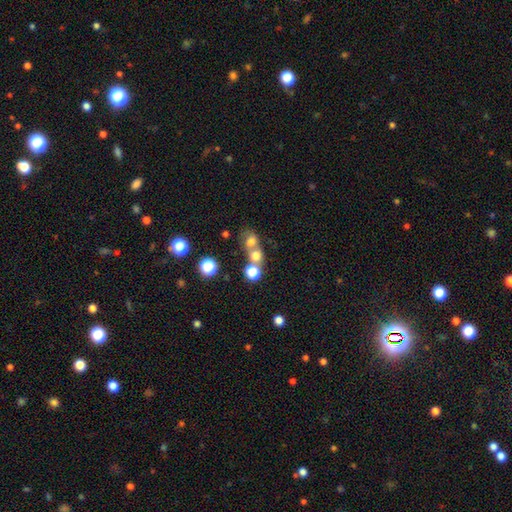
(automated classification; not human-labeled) A smooth galaxy with no disk features (67%) that is round (76%).

Vote fractions:
- Smooth or featured? smooth: 67% / star or artifact: 18% / featured or disk: 15%
- How rounded? round: 76% / in between: 23% / cigar-shaped: 2%
- Merging? merger: 53% / none: 36% / minor disturbance: 7% / major disturbance: 5%